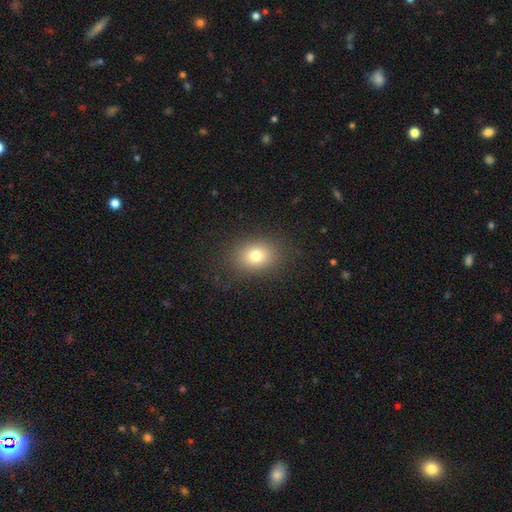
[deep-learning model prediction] Smooth or featured?
  - smooth: 76% *
  - star or artifact: 13%
  - featured or disk: 11%
How rounded?
  - in between: 57% *
  - round: 42%
  - cigar-shaped: 1%
Merging?
  - none: 85% *
  - minor disturbance: 10%
  - major disturbance: 4%
  - merger: 1%